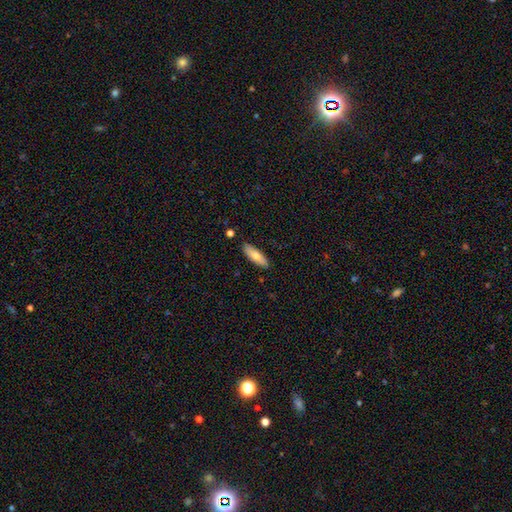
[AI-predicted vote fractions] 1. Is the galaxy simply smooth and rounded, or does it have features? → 75% smooth, 19% featured or disk, 6% star or artifact.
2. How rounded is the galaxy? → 52% in between, 46% cigar-shaped, 2% round.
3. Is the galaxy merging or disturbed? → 88% none, 9% minor disturbance, 2% merger, 2% major disturbance.